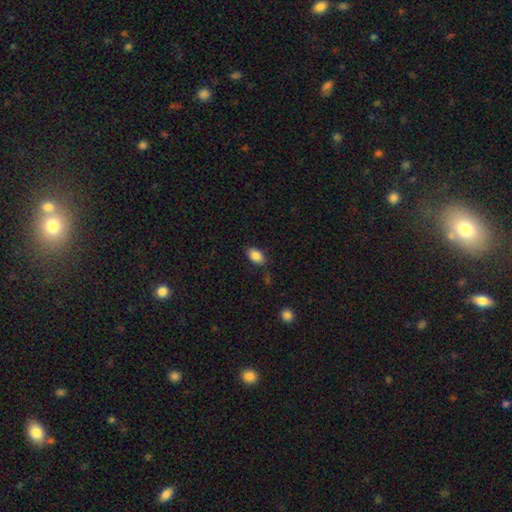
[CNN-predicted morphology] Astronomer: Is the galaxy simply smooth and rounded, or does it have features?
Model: smooth — 86%.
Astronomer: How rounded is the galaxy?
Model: in between — 91%.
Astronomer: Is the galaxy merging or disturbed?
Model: none — 79%.